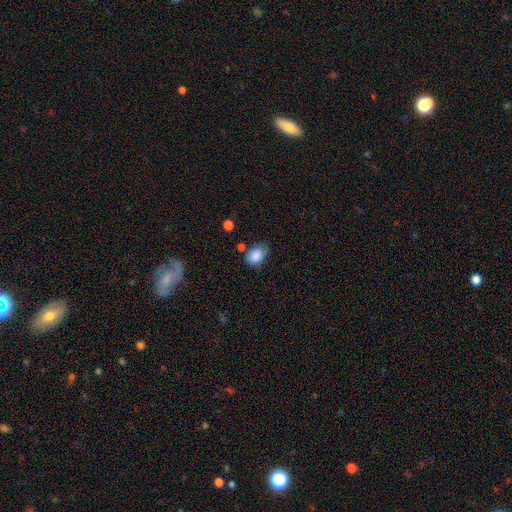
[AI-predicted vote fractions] smooth_or_featured: smooth (p=0.86) [alt: star or artifact p=0.08]
how_rounded: in between (p=0.79) [alt: round p=0.20]
merging: none (p=0.62) [alt: minor disturbance p=0.27]